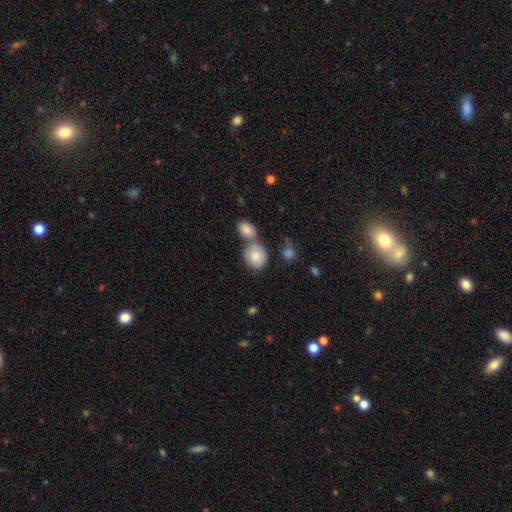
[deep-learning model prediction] Smooth or featured? smooth (83%)
How rounded? round (63%)
Merging? none (47%)